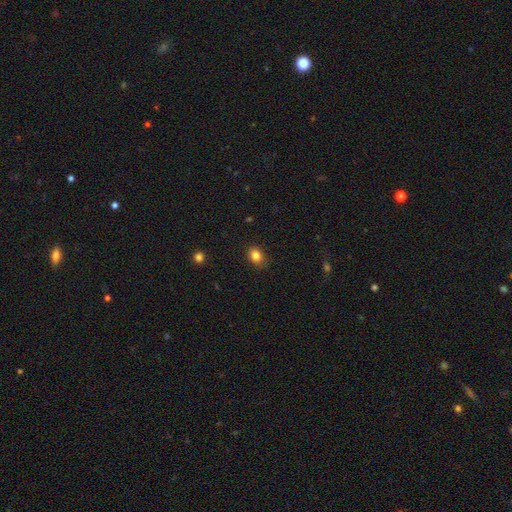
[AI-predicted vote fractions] Overall: smooth (83%). How rounded: in between (54%; round 45%). Merging: none (85%).